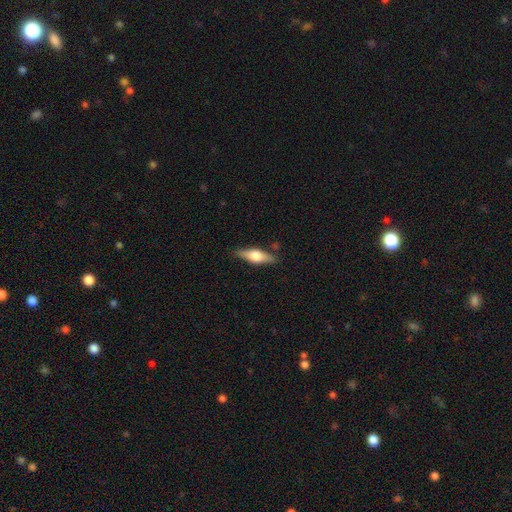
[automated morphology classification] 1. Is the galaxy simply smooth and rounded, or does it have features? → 50% featured or disk, 44% smooth, 6% star or artifact.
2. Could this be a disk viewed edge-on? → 92% yes, 8% no.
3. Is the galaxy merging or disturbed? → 84% none, 12% minor disturbance, 2% major disturbance, 2% merger.